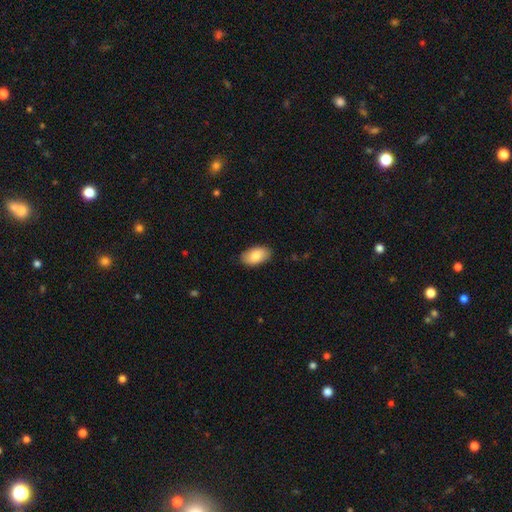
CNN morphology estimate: This is clearly a smooth galaxy (83%). How rounded: clearly in between (94%). Merging: clearly none (87%).